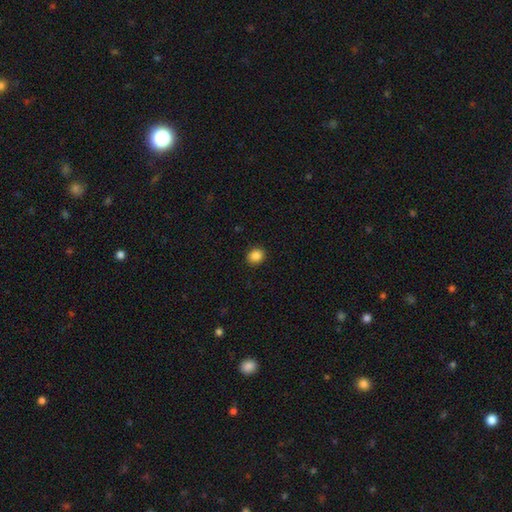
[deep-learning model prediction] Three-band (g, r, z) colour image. It shows a smooth galaxy with no disk features (87%) that is round (72%). Merging: none (91%).